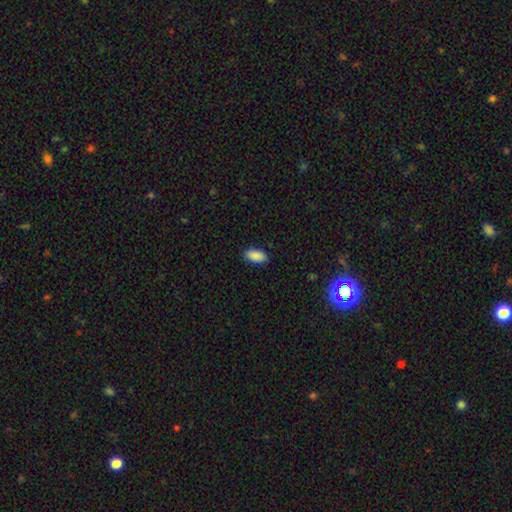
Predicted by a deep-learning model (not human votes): Overall: smooth (90%). How rounded: in between (94%). Merging: none (88%).